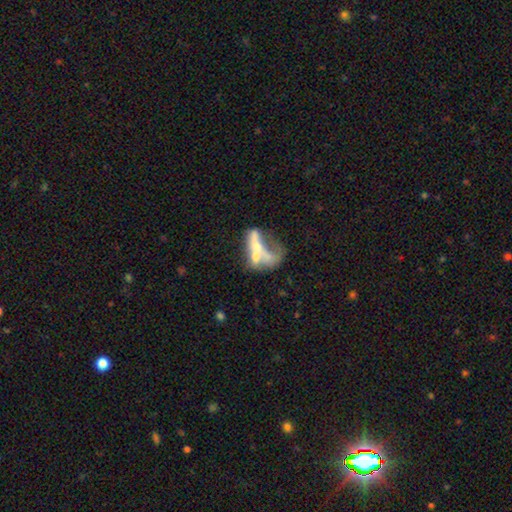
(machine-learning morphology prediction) This appears to be a featured or disk galaxy (50%). Merging: merger (55%).